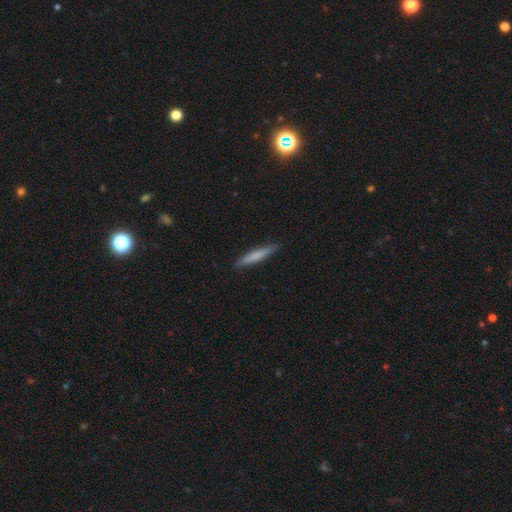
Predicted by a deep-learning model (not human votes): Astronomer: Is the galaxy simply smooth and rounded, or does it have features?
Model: smooth — 75%.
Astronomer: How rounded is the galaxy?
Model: cigar-shaped — 92%.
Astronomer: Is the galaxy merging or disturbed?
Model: none — 89%.